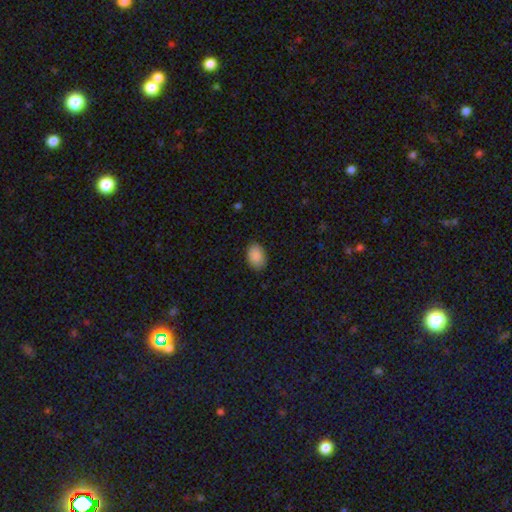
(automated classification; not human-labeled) Morphology: type=smooth (89%); roundness=in between (81%); merging=none (85%).